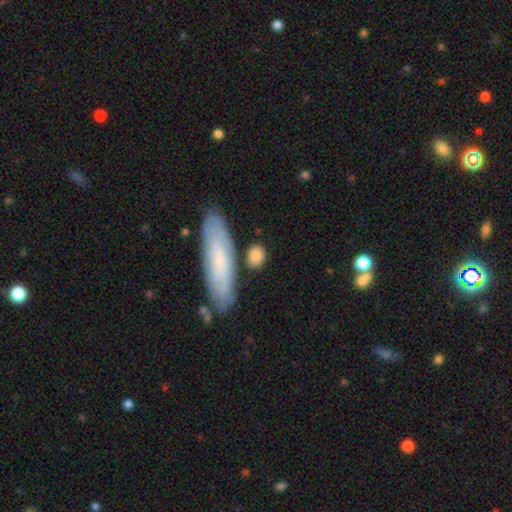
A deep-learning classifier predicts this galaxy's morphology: Overall: smooth (84%). How rounded: in between (45%; round 41%). Merging: none (77%).